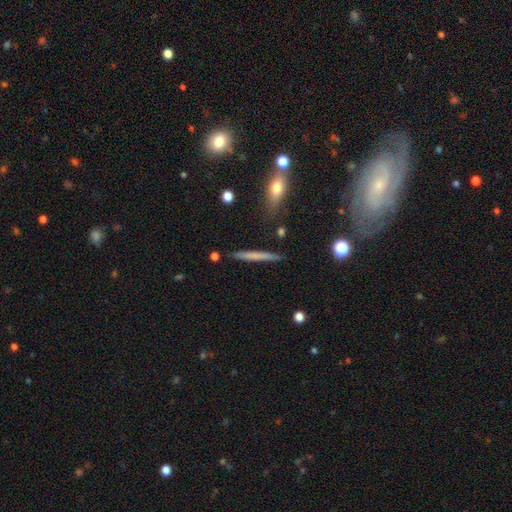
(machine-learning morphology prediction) A smooth galaxy with no disk features (60%) that is cigar-shaped (95%).

Vote fractions:
- Smooth or featured? smooth: 60% / featured or disk: 34% / star or artifact: 7%
- How rounded? cigar-shaped: 95% / in between: 3% / round: 2%
- Merging? none: 88% / minor disturbance: 8% / merger: 2% / major disturbance: 2%